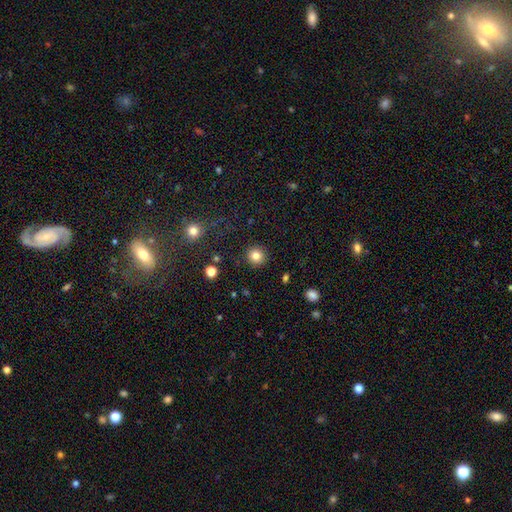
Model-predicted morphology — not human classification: smooth_or_featured: smooth (p=0.83) [alt: star or artifact p=0.11]
how_rounded: round (p=0.94) [alt: in between p=0.05]
merging: none (p=0.91) [alt: minor disturbance p=0.05]